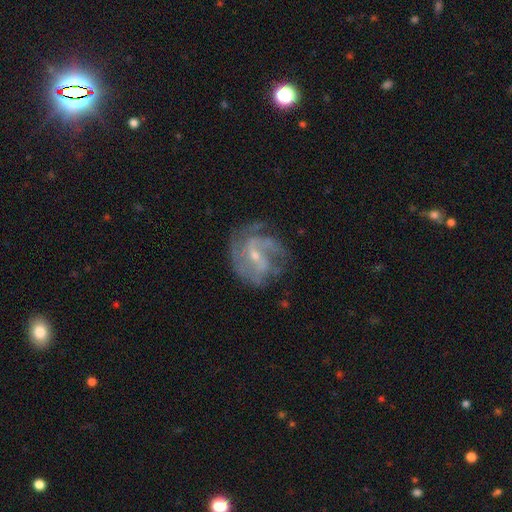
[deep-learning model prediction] Overall: featured or disk (83%). Edge-on disk: no (97%). Bar: weak (51%; no 27%). Spiral arms: yes (91%). Spiral arm count: 2 (40%; can't tell 24%). Spiral winding: medium (47%; tight 32%). Bulge size: small (62%; moderate 33%). Merging: none (59%; minor disturbance 23%).